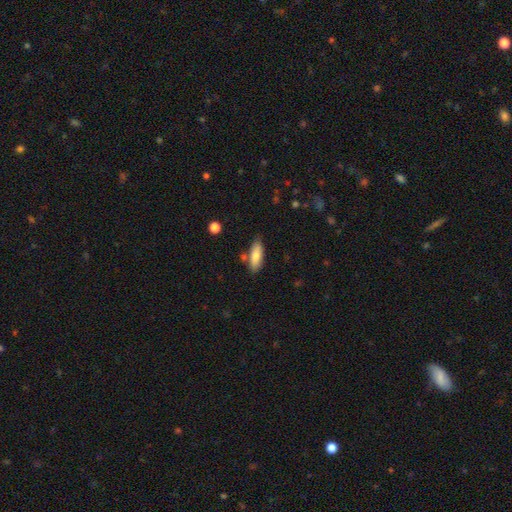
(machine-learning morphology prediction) smooth 79%, featured or disk 14%, star or artifact 6%. Down the decision tree: how rounded — in between (62%); merging — none (78%).